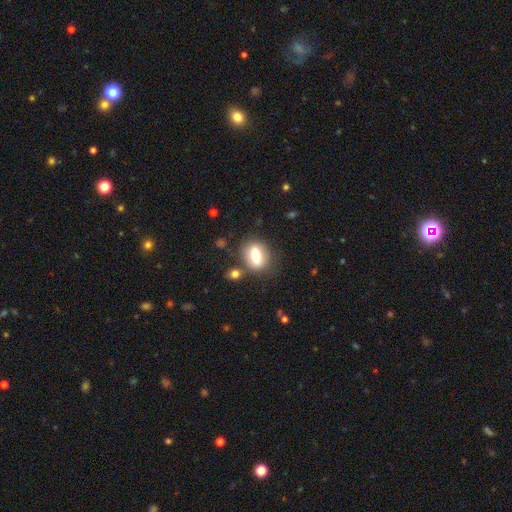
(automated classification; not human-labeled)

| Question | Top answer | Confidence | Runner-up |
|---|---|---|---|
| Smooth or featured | smooth | 69% | featured or disk (23%) |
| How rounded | in between | 69% | round (18%) |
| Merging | none | 72% | minor disturbance (14%) |